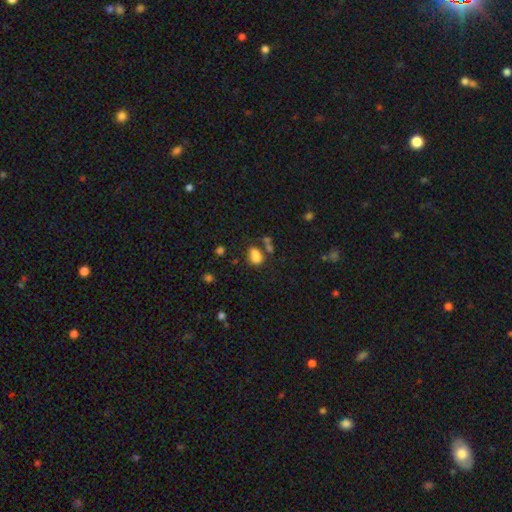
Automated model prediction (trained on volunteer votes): smooth-or-featured: smooth: 75% | star or artifact: 14% | featured or disk: 11%
  how-rounded: in between: 76% | round: 21% | cigar-shaped: 3%
  merging: none: 39% | merger: 33% | minor disturbance: 18% | major disturbance: 11%